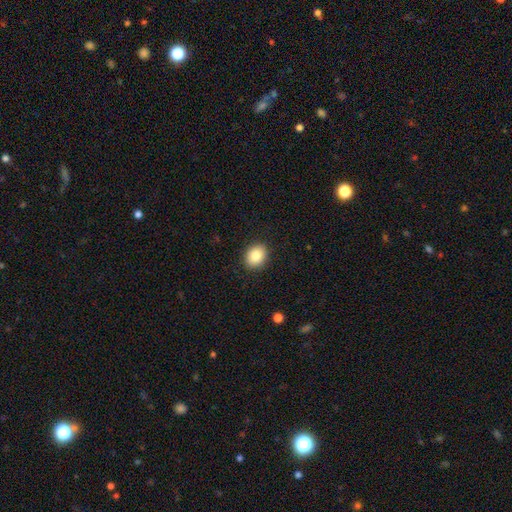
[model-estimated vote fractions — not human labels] Smooth or featured? smooth (85%)
How rounded? round (53%)
Merging? none (90%)